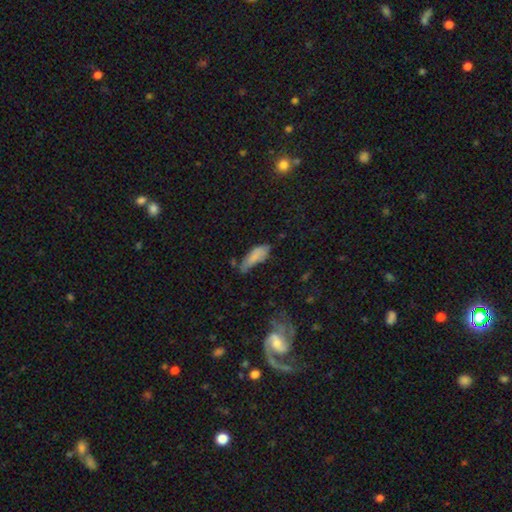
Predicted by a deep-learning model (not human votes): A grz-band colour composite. It shows a smooth galaxy with no disk features (78%) that is in between round and cigar-shaped (58%). Merging: none (40%).